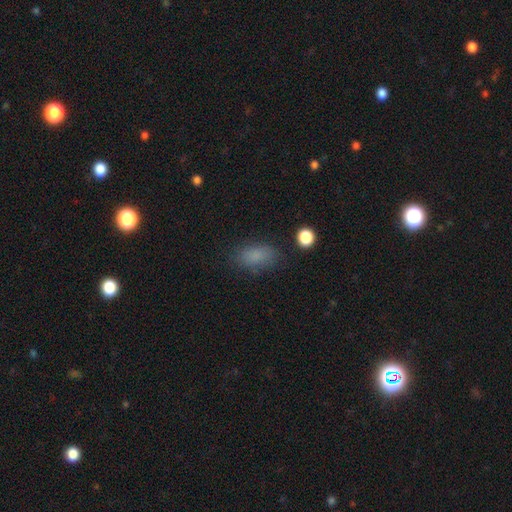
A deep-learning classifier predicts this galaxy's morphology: A smooth galaxy with no disk features (82%) that is in between round and cigar-shaped (88%).

Vote fractions:
- Smooth or featured? smooth: 82% / star or artifact: 12% / featured or disk: 6%
- How rounded? in between: 88% / round: 7% / cigar-shaped: 4%
- Merging? none: 79% / minor disturbance: 14% / major disturbance: 5% / merger: 2%